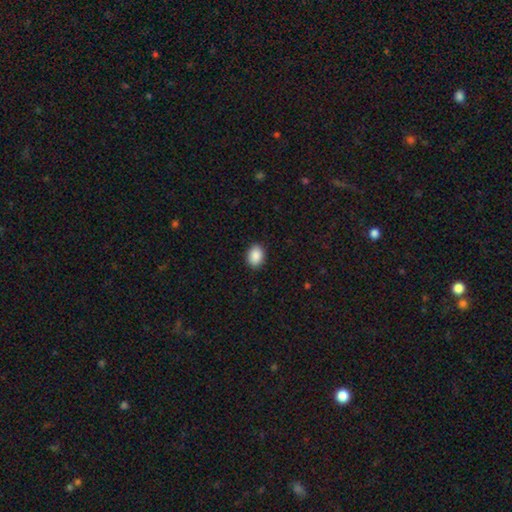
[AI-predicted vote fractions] smooth_or_featured: smooth (p=0.90) [alt: star or artifact p=0.07]
how_rounded: in between (p=0.73) [alt: round p=0.26]
merging: none (p=0.90) [alt: minor disturbance p=0.08]